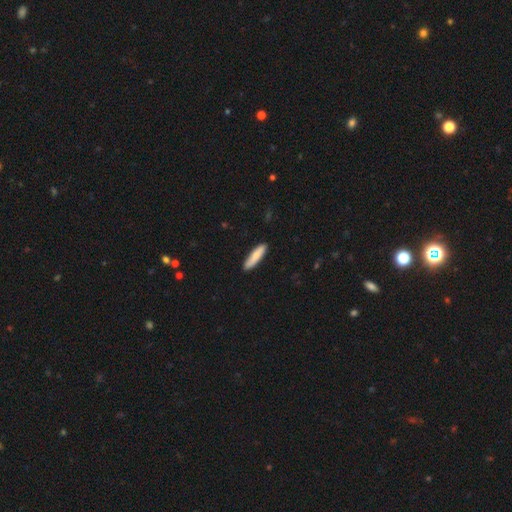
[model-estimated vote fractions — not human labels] smooth 81%, featured or disk 14%, star or artifact 5%. Down the decision tree: how rounded — cigar-shaped (79%); merging — none (89%).